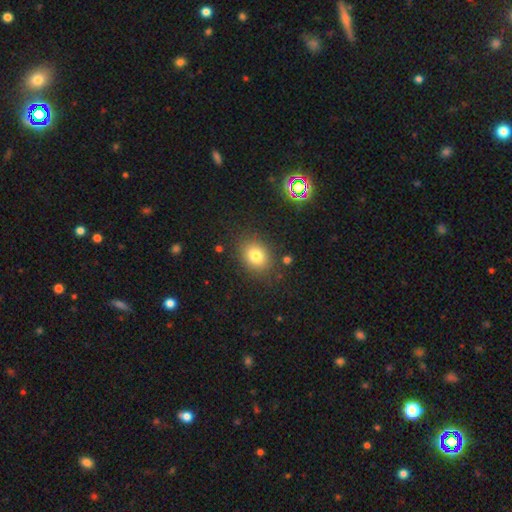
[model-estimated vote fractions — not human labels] Smooth or featured? Predicted: smooth (p=0.78). How rounded? Predicted: round (p=0.57). Merging? Predicted: none (p=0.84).